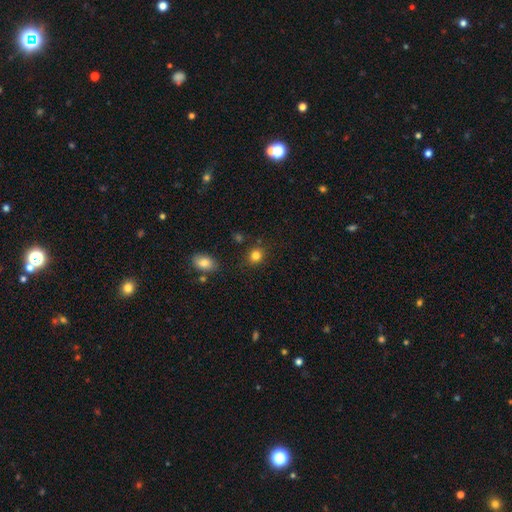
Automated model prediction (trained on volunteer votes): A smooth galaxy with no disk features (83%) that is round (76%).

Vote fractions:
- Smooth or featured? smooth: 83% / star or artifact: 12% / featured or disk: 5%
- How rounded? round: 76% / in between: 23% / cigar-shaped: 1%
- Merging? none: 85% / minor disturbance: 9% / merger: 3% / major disturbance: 3%